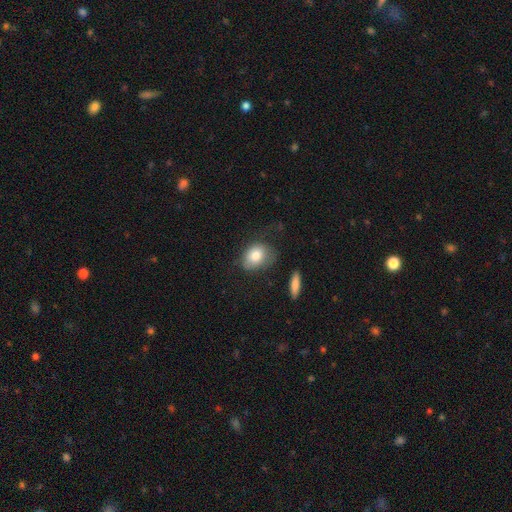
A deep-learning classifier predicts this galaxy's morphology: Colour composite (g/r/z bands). It shows a smooth galaxy with no disk features (79%) that is in between round and cigar-shaped (72%). Merging: none (52%).